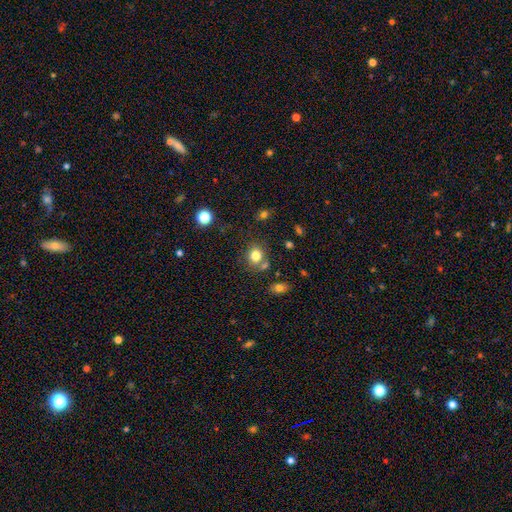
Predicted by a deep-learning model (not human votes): smooth 80%, star or artifact 12%, featured or disk 8%. Down the decision tree: how rounded — round (72%); merging — none (69%).